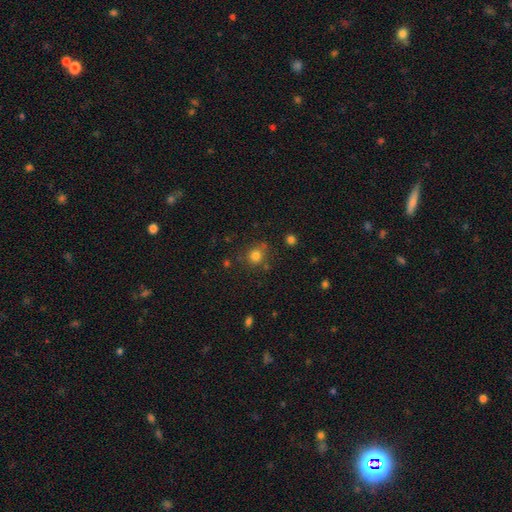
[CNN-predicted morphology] A smooth galaxy with no disk features (79%) that is round (80%). Merging: none (72%).